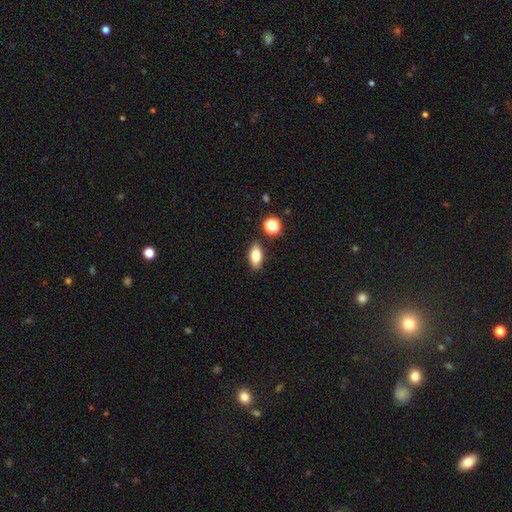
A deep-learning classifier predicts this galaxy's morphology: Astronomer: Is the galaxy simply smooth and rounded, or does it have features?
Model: smooth — 77%.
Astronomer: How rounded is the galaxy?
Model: in between — 84%.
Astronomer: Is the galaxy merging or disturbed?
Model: none — 86%.